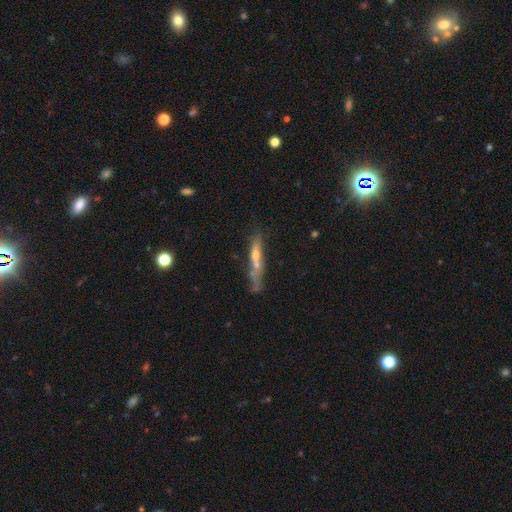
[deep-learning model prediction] Smooth or featured? featured or disk (53%)
Edge-on disk? yes (73%)
Merging? none (48%)